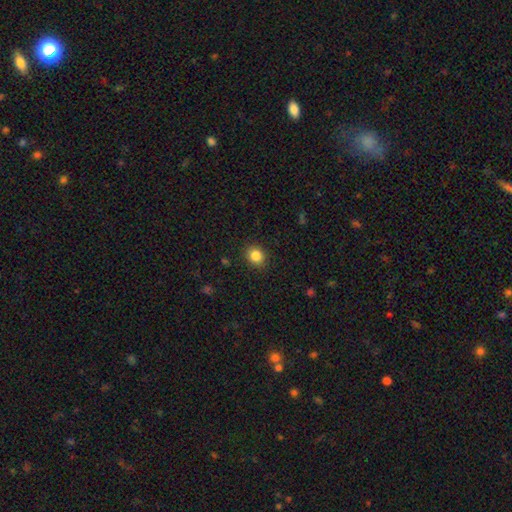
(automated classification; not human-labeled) A smooth galaxy with no disk features (85%) that is round (69%). Merging: none (89%).